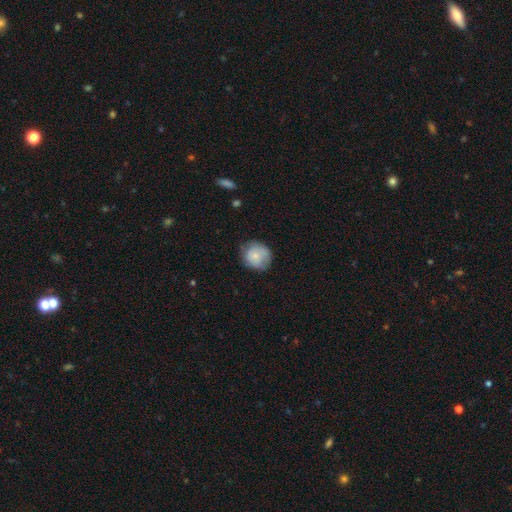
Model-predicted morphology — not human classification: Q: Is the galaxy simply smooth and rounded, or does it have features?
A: smooth — 75%.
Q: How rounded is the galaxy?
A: round — 82%.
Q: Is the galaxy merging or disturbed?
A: none — 68%.